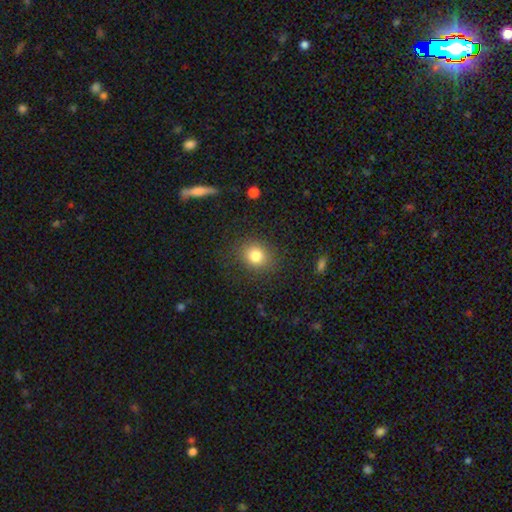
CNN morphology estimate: Q: Smooth or featured?
A: smooth (81%); runner-up: star or artifact (12%)
Q: How rounded?
A: round (70%); runner-up: in between (29%)
Q: Merging?
A: none (84%); runner-up: minor disturbance (10%)